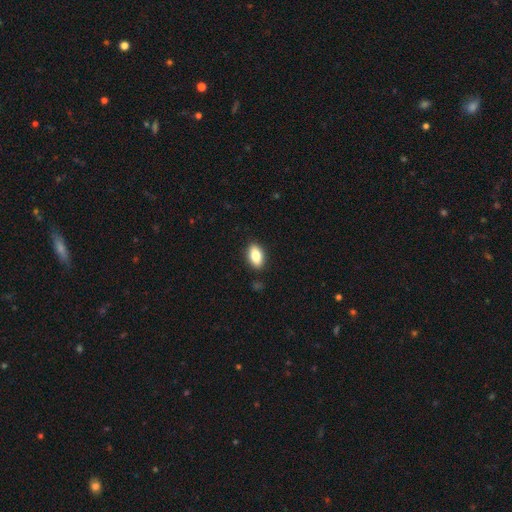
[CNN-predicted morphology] Overall: smooth (84%). How rounded: in between (90%). Merging: none (88%).